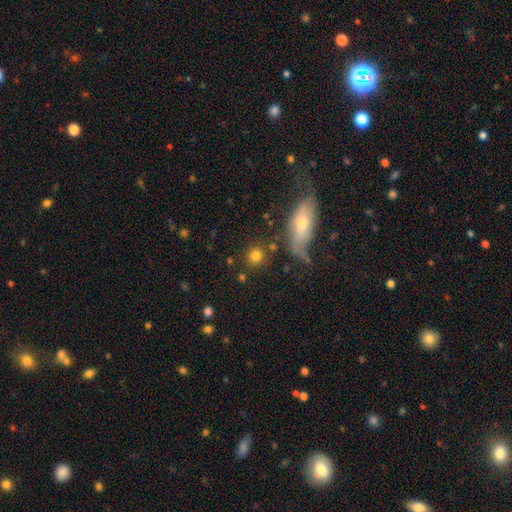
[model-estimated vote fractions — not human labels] The model was most divided on "smooth or featured": smooth: 81%, star or artifact: 11%, featured or disk: 9%. More confident: how rounded — round (87%); merging — none (81%).